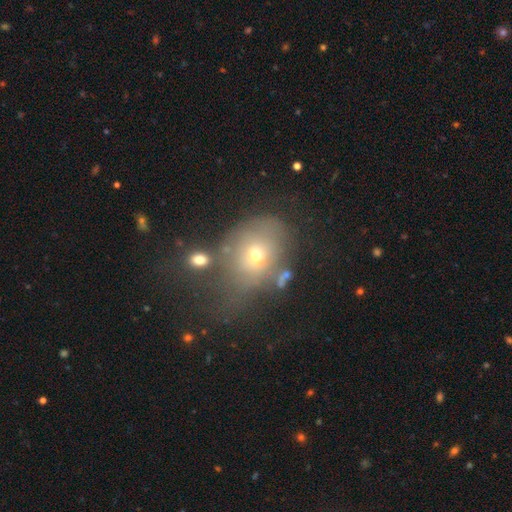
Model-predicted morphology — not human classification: smooth 55%, featured or disk 27%, star or artifact 17%. Down the decision tree: how rounded — in between (54%); merging — none (41%).